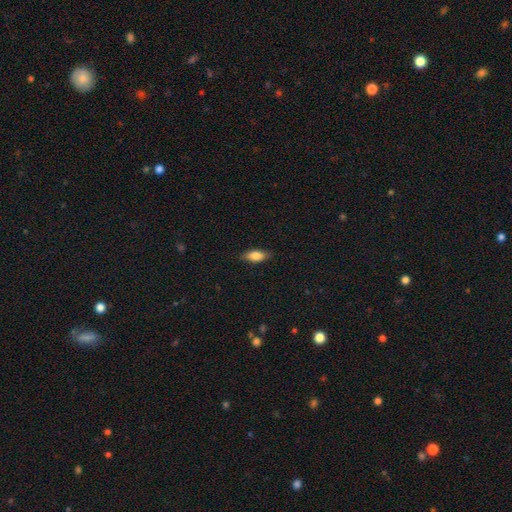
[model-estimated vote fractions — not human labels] Smooth or featured? smooth (79%)
How rounded? in between (81%)
Merging? none (82%)